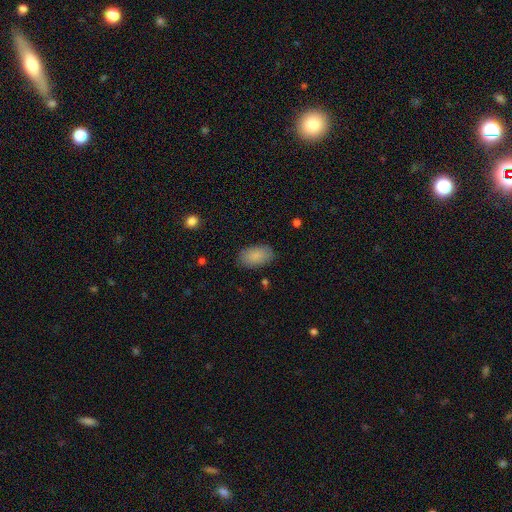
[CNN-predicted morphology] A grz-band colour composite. It shows a smooth galaxy with no disk features (88%) that is in between round and cigar-shaped (94%). Merging: none (85%).